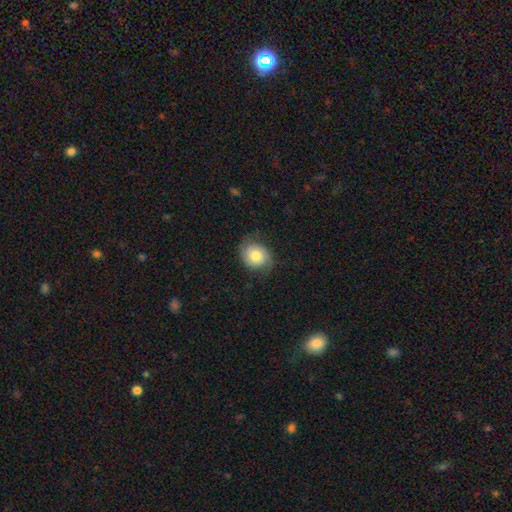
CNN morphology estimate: Smooth or featured?
  - smooth: 55% *
  - featured or disk: 37%
  - star or artifact: 8%
How rounded?
  - round: 60% *
  - in between: 39%
  - cigar-shaped: 1%
Merging?
  - none: 69% *
  - minor disturbance: 22%
  - major disturbance: 8%
  - merger: 1%